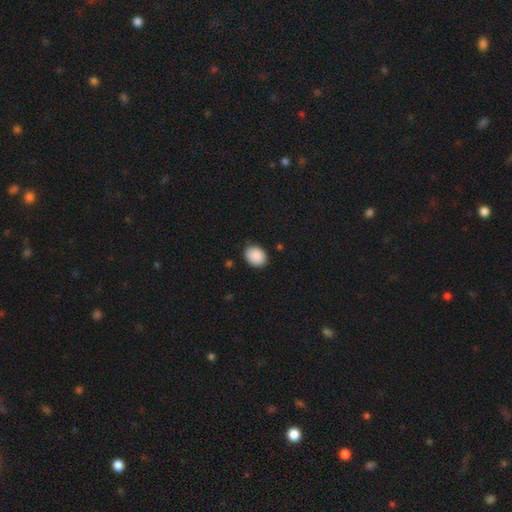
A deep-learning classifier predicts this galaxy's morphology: type=smooth (90%); roundness=in between (59%); merging=none (87%).